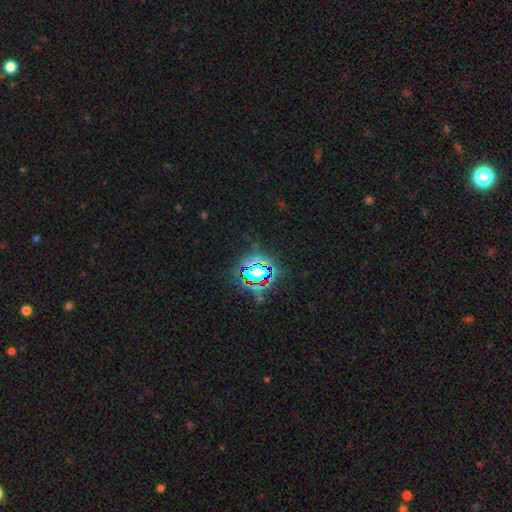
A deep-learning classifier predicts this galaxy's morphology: smooth-or-featured: star or artifact: 80% | smooth: 13% | featured or disk: 8%